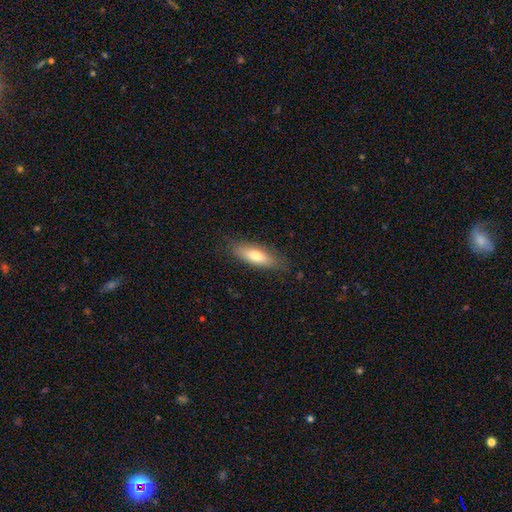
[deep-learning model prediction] Smooth or featured: smooth — 72% (featured or disk — 21%)
How rounded: in between — 56% (cigar-shaped — 42%)
Merging: none — 81% (minor disturbance — 15%)